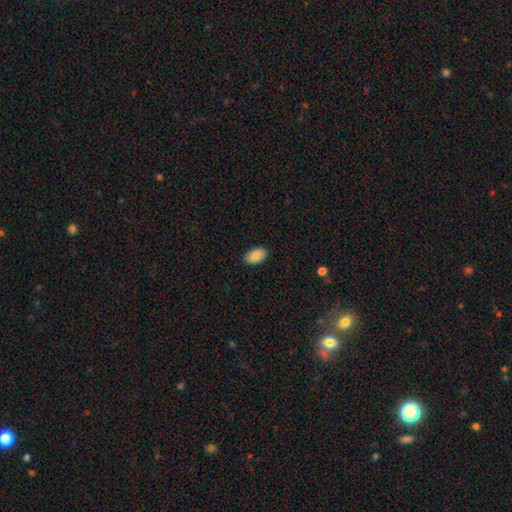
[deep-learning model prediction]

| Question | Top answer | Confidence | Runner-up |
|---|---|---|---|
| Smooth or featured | smooth | 88% | star or artifact (7%) |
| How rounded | in between | 94% | round (4%) |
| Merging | none | 89% | minor disturbance (9%) |